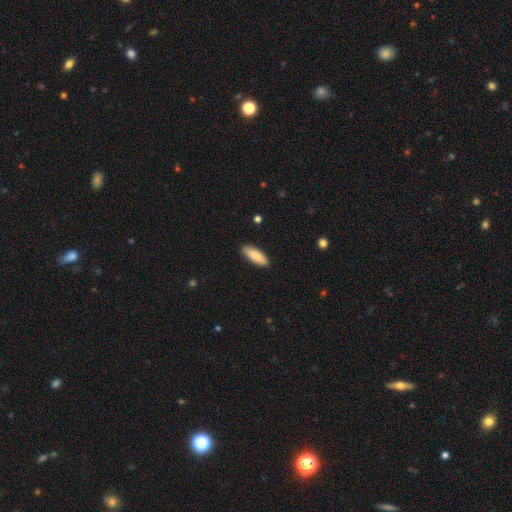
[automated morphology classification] Q: Smooth or featured?
A: smooth (88%); runner-up: featured or disk (7%)
Q: How rounded?
A: in between (67%); runner-up: cigar-shaped (31%)
Q: Merging?
A: none (89%); runner-up: minor disturbance (8%)